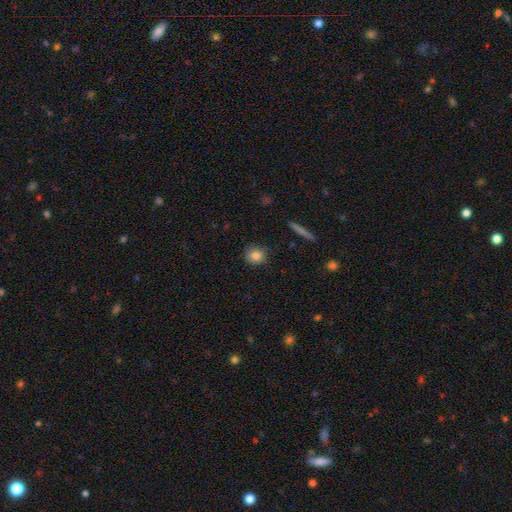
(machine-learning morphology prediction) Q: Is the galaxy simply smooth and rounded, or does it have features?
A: smooth — 84%.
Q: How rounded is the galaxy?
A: round — 81%.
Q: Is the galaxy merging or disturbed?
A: none — 84%.